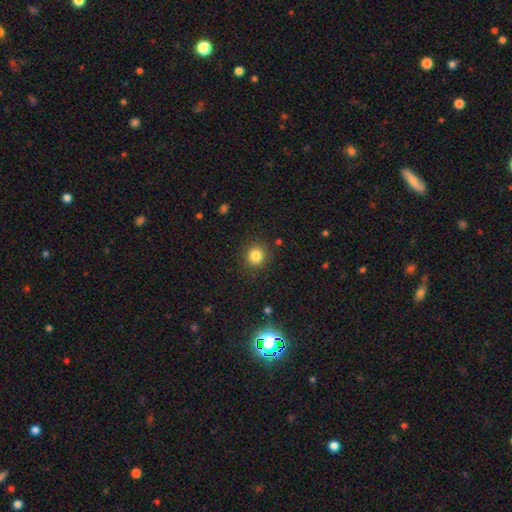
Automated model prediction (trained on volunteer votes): smooth-or-featured: smooth: 83% | star or artifact: 12% | featured or disk: 5%
  how-rounded: round: 90% | in between: 9% | cigar-shaped: 1%
  merging: none: 88% | minor disturbance: 8% | major disturbance: 3% | merger: 1%